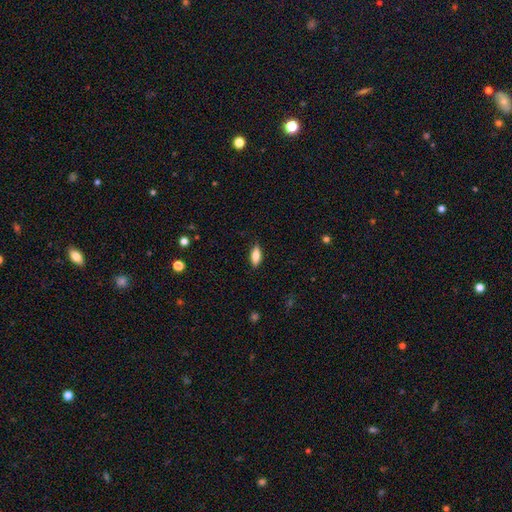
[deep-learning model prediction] The model was most divided on "how rounded": in between: 71%, cigar-shaped: 26%, round: 3%. More confident: merging — none (86%); smooth or featured — smooth (78%).